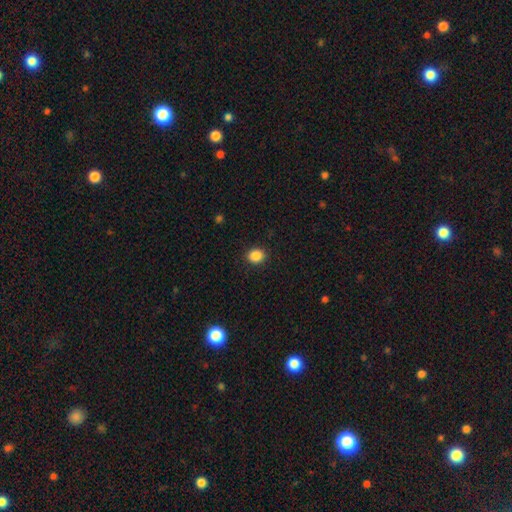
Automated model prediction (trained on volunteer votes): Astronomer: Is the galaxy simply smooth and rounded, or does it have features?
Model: smooth — 87%.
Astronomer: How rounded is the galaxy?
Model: round — 65%.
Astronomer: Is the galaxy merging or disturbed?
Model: none — 90%.